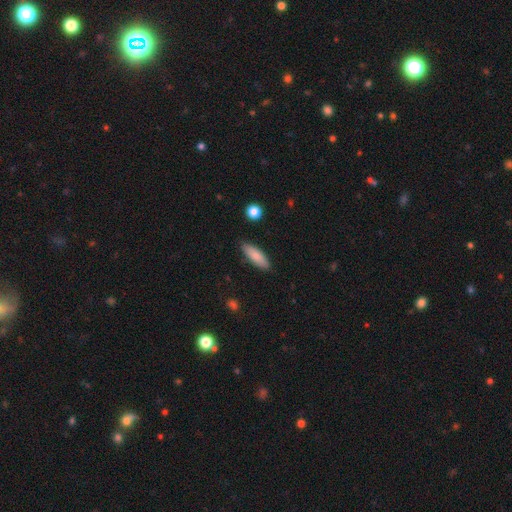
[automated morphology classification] type=smooth (82%); roundness=in between (53%); merging=none (86%).